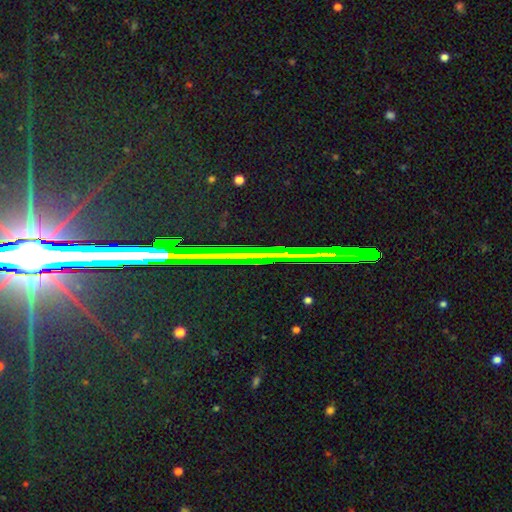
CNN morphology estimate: Smooth or featured: star or artifact — 79% (featured or disk — 14%)